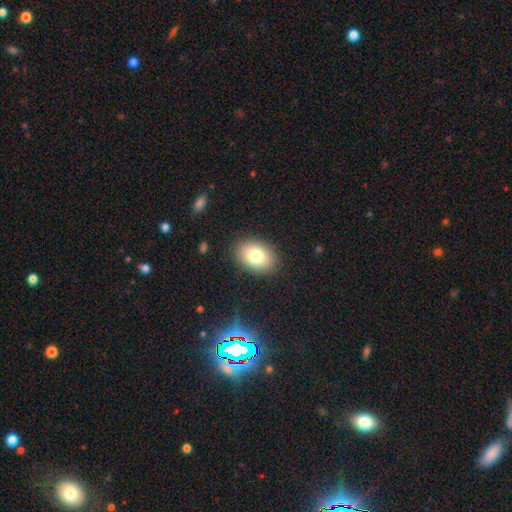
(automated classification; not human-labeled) Smooth or featured? smooth (79%)
How rounded? in between (80%)
Merging? none (88%)